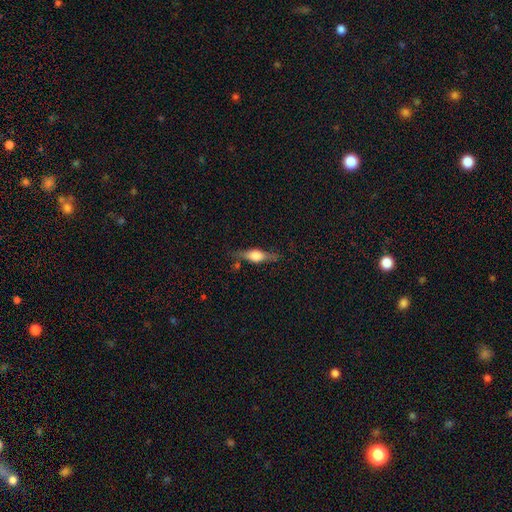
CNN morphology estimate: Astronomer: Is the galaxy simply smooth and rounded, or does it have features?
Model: featured or disk — 54% (runner-up: smooth, 38%).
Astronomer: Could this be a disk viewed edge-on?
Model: yes — 93%.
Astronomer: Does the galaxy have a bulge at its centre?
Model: rounded — 85%.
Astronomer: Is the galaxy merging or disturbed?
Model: none — 74%.